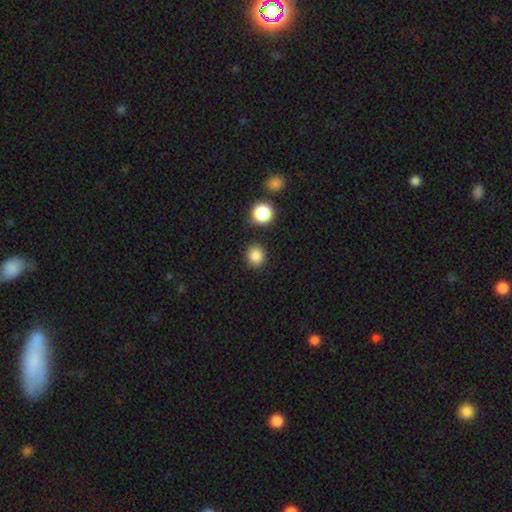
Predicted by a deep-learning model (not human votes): This appears to be a smooth galaxy with no disk features (85%) that is round (87%). Merging: none (87%).